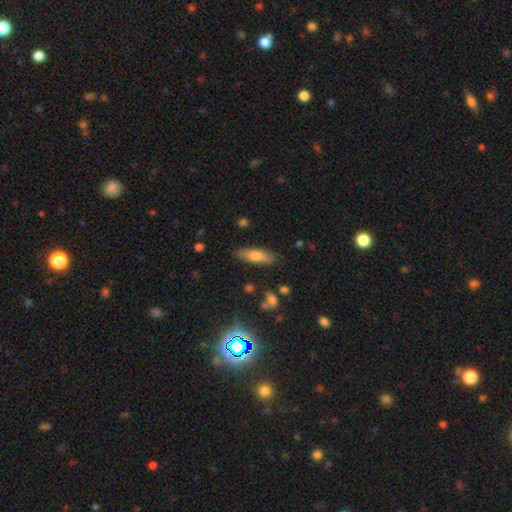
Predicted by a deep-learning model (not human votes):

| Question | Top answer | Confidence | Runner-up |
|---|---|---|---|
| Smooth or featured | smooth | 72% | featured or disk (21%) |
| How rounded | cigar-shaped | 52% | in between (46%) |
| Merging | none | 83% | minor disturbance (12%) |